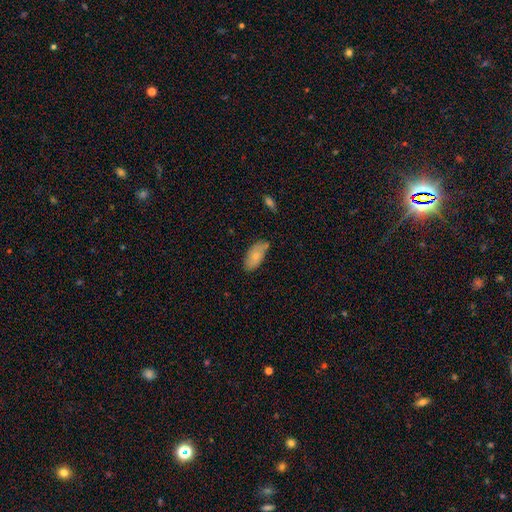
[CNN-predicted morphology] smooth 77%, featured or disk 16%, star or artifact 7%. Down the decision tree: how rounded — in between (92%); merging — none (66%).